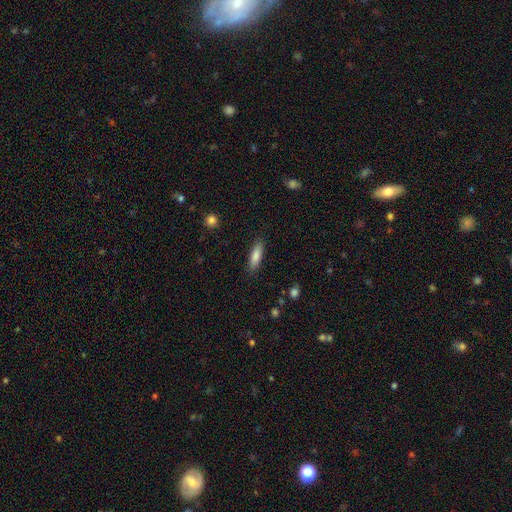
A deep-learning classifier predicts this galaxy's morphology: Smooth or featured? smooth (83%)
How rounded? cigar-shaped (55%)
Merging? none (87%)